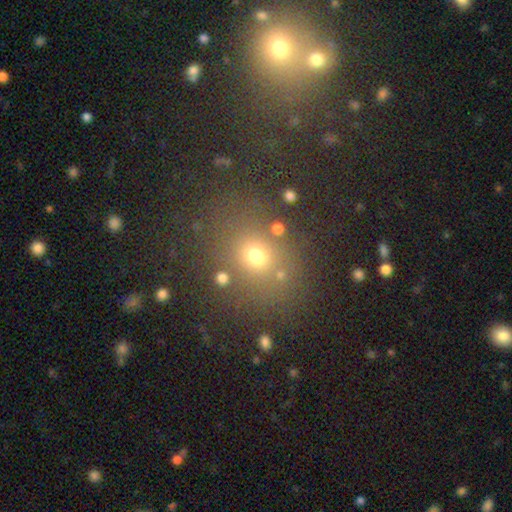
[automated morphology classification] This is likely a smooth galaxy (67%). How rounded: likely round (64%). Merging: likely none (77%).